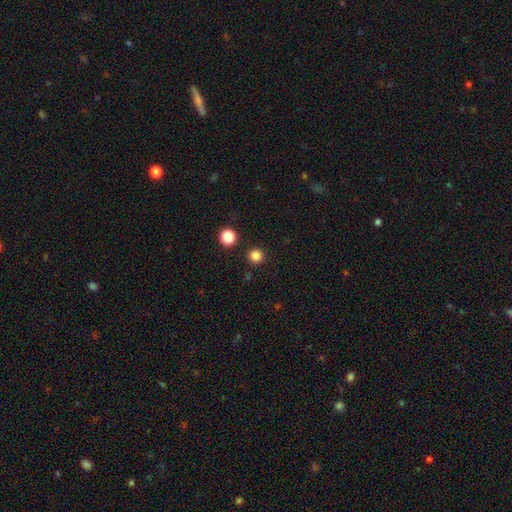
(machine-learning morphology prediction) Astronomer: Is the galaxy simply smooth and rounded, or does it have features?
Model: smooth — 83%.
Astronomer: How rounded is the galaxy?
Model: round — 96%.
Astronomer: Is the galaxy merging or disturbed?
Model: none — 92%.